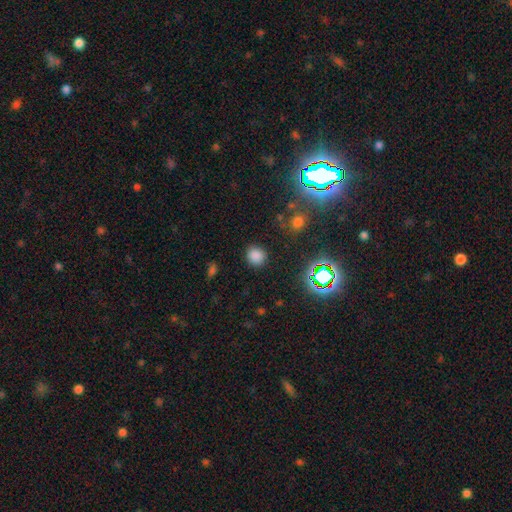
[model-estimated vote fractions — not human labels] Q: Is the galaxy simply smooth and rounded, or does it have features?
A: smooth — 78%.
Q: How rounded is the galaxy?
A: round — 80%.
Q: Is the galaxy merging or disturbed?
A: none — 87%.